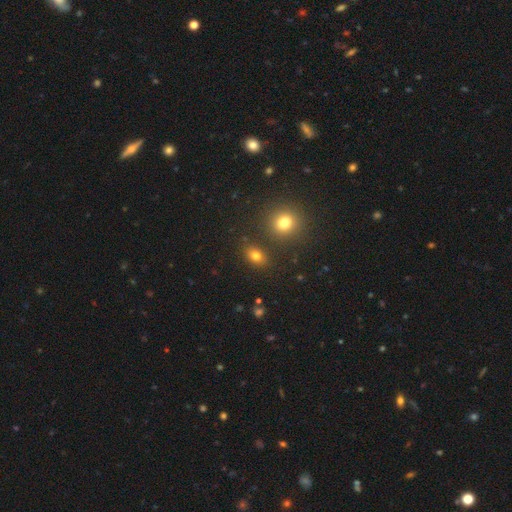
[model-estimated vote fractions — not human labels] Smooth or featured?
  - smooth: 77% *
  - star or artifact: 15%
  - featured or disk: 8%
How rounded?
  - in between: 71% *
  - round: 27%
  - cigar-shaped: 2%
Merging?
  - none: 83% *
  - minor disturbance: 9%
  - merger: 5%
  - major disturbance: 3%